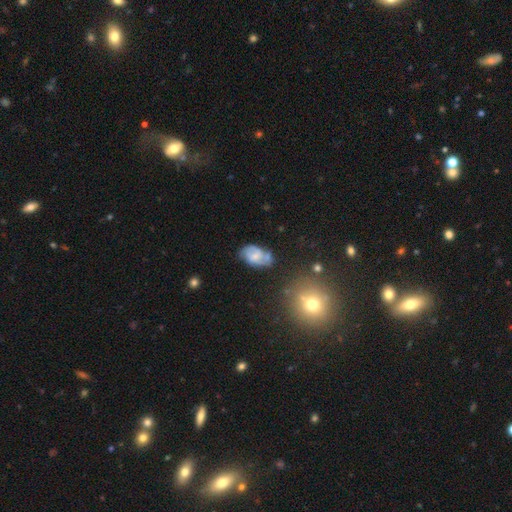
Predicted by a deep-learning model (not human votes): A featured or disk galaxy (57%) with no bar (52%), spiral arms (79%) and a small central bulge (49%).

Vote fractions:
- Smooth or featured? featured or disk: 57% / smooth: 34% / star or artifact: 9%
- Edge-on disk? no: 96% / yes: 4%
- Bar? no: 52% / weak: 40% / strong: 8%
- Spiral arms? yes: 79% / no: 21%
- Bulge size? small: 49% / moderate: 27% / none: 19% / large: 3% / dominant: 1%
- Merging? none: 53% / minor disturbance: 25% / merger: 11% / major disturbance: 10%